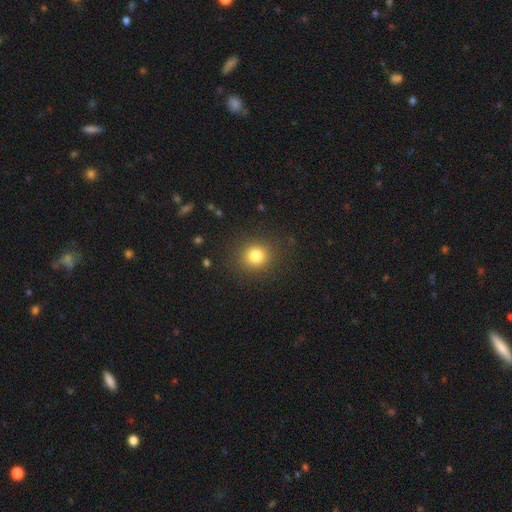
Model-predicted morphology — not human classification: Overall: smooth (81%). How rounded: round (87%). Merging: none (88%).